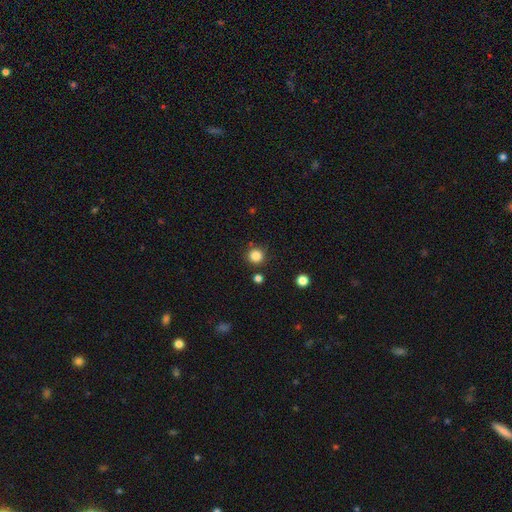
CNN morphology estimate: Smooth or featured? smooth (85%)
How rounded? round (94%)
Merging? none (85%)